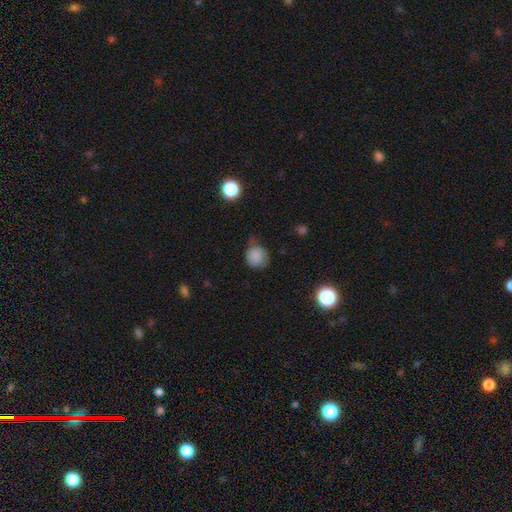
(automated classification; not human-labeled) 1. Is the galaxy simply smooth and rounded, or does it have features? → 83% smooth, 10% star or artifact, 6% featured or disk.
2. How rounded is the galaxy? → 85% round, 14% in between, 1% cigar-shaped.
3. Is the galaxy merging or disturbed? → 55% none, 33% minor disturbance, 10% major disturbance, 3% merger.